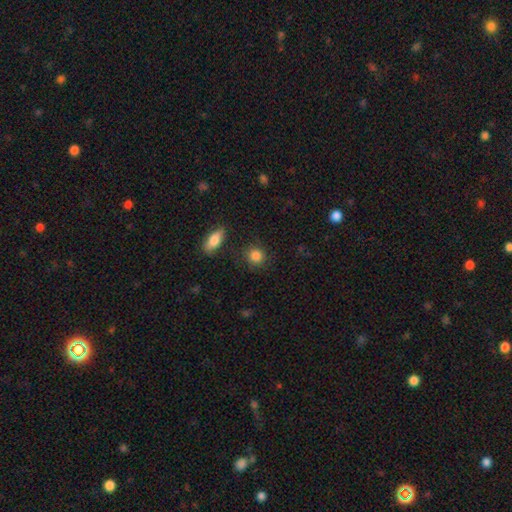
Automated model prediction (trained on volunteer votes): Smooth or featured? smooth (87%)
How rounded? round (86%)
Merging? none (86%)